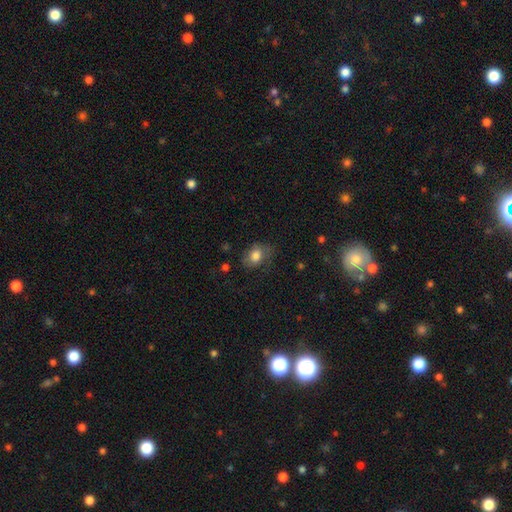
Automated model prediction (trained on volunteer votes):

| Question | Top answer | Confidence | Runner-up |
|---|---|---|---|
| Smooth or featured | smooth | 79% | featured or disk (13%) |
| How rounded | in between | 70% | round (29%) |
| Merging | none | 61% | minor disturbance (26%) |